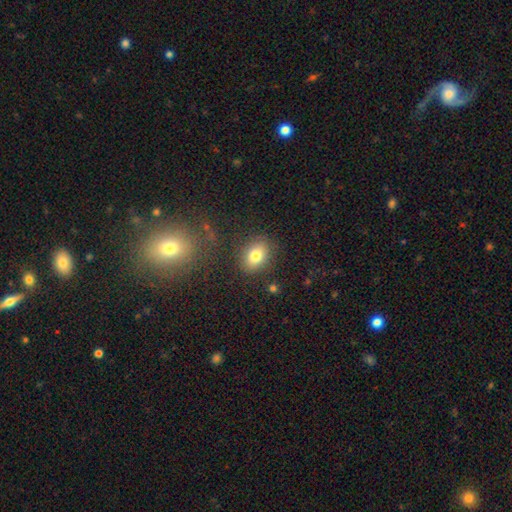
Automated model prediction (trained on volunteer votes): Smooth or featured: smooth — 79% (star or artifact — 11%)
How rounded: in between — 69% (round — 30%)
Merging: none — 84% (minor disturbance — 10%)